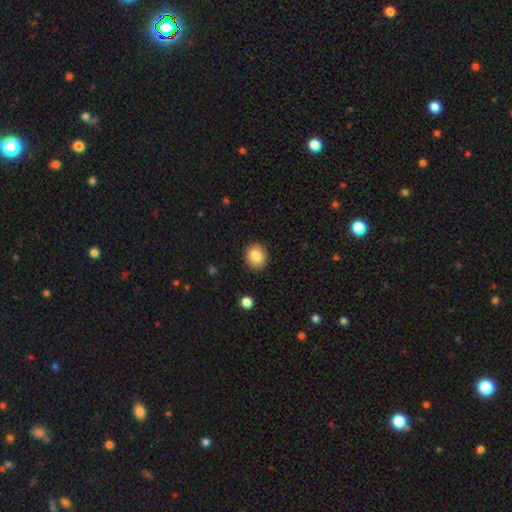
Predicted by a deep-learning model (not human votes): smooth-or-featured: smooth: 83% | star or artifact: 9% | featured or disk: 7%
  how-rounded: round: 78% | in between: 21% | cigar-shaped: 1%
  merging: none: 90% | minor disturbance: 7% | major disturbance: 2% | merger: 1%